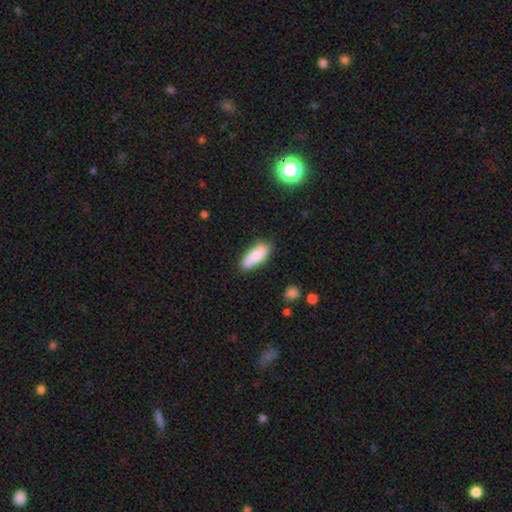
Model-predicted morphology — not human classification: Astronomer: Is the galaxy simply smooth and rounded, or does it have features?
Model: smooth — 81%.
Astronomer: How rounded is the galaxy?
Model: in between — 70%.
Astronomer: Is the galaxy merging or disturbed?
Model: none — 81%.